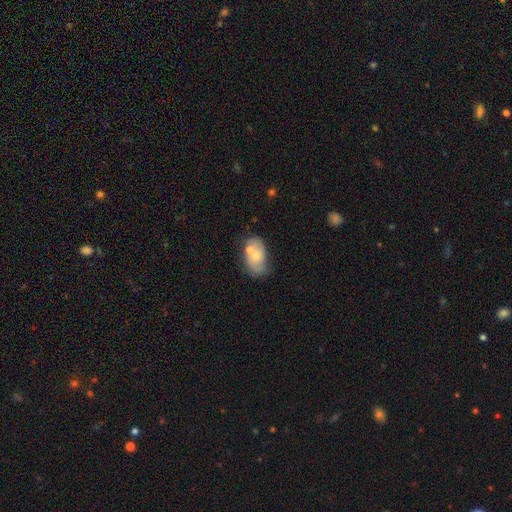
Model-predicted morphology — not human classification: Q: Smooth or featured?
A: smooth (61%); runner-up: featured or disk (32%)
Q: How rounded?
A: in between (89%); runner-up: round (10%)
Q: Merging?
A: none (43%); runner-up: merger (28%)